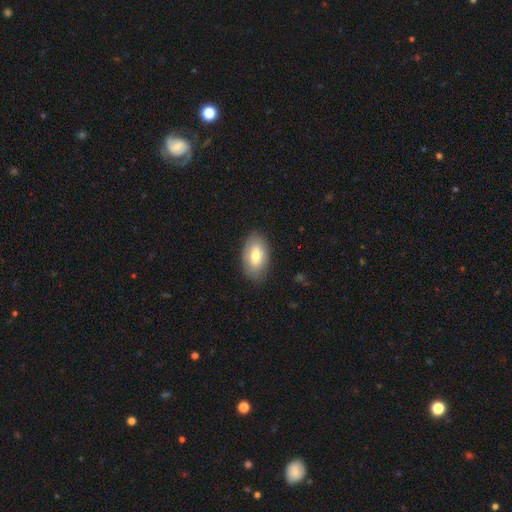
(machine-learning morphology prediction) Smooth or featured?
  - smooth: 72% *
  - featured or disk: 21%
  - star or artifact: 6%
How rounded?
  - in between: 93% *
  - round: 4%
  - cigar-shaped: 2%
Merging?
  - none: 84% *
  - minor disturbance: 12%
  - major disturbance: 3%
  - merger: 1%